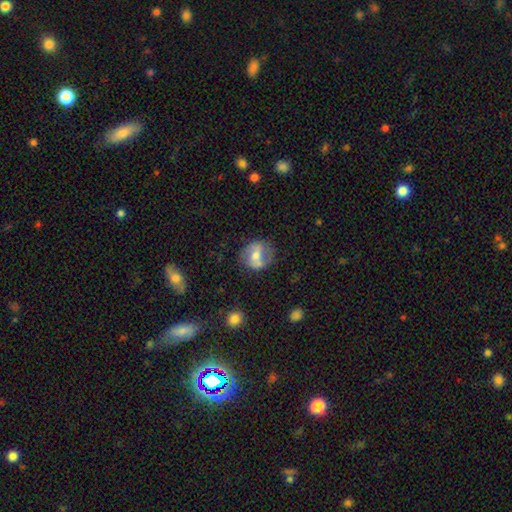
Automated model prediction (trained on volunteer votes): A featured or disk galaxy (56%) with a weak bar (40%), spiral arms (68%) and a moderate central bulge (66%). Merging: none (67%).